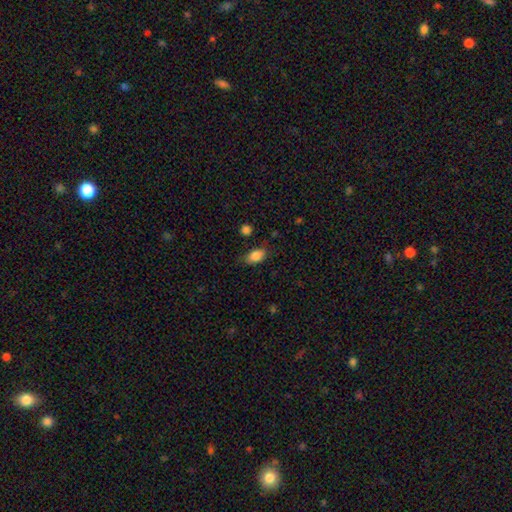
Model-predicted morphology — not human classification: A smooth galaxy with no disk features (85%) that is in between round and cigar-shaped (88%). Merging: none (76%).